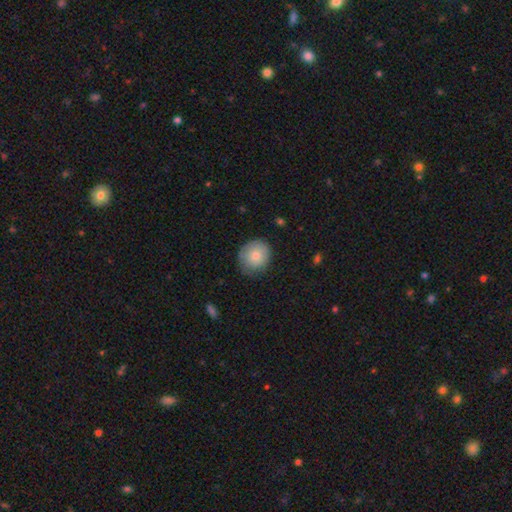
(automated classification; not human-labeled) This appears to be a smooth galaxy with no disk features (78%) that is round (82%). Merging: none (70%).